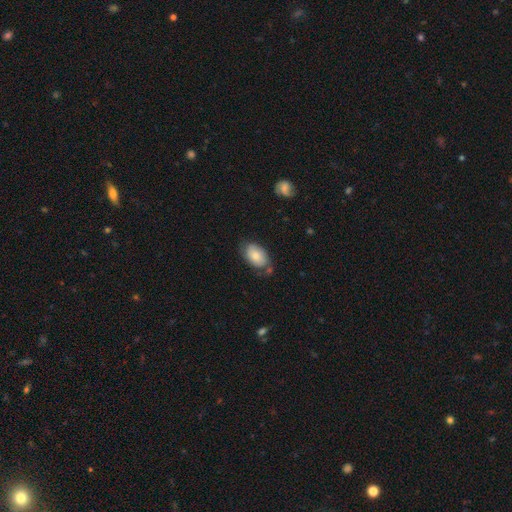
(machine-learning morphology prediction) This appears to be a smooth galaxy with no disk features (74%) that is in between round and cigar-shaped (91%). Merging: none (61%).